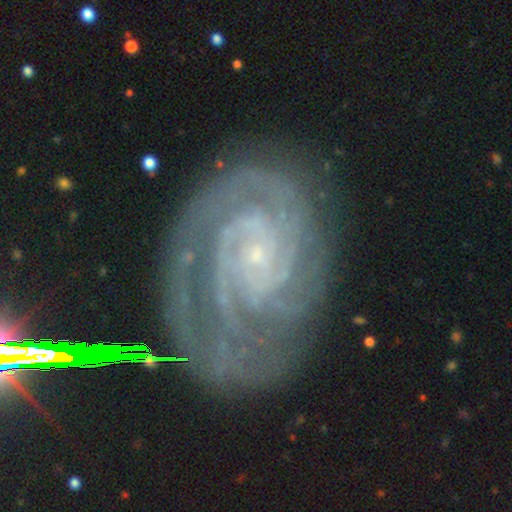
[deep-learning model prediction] Smooth or featured: featured or disk — 89% (star or artifact — 7%)
Edge-on disk: no — 97% (yes — 3%)
Bar: no — 71% (weak — 21%)
Spiral arms: yes — 98% (no — 2%)
Spiral winding: tight — 77% (medium — 19%)
Spiral arm count: 2 — 43% (can't tell — 17%)
Bulge size: small — 85% (moderate — 7%)
Merging: none — 70% (minor disturbance — 19%)